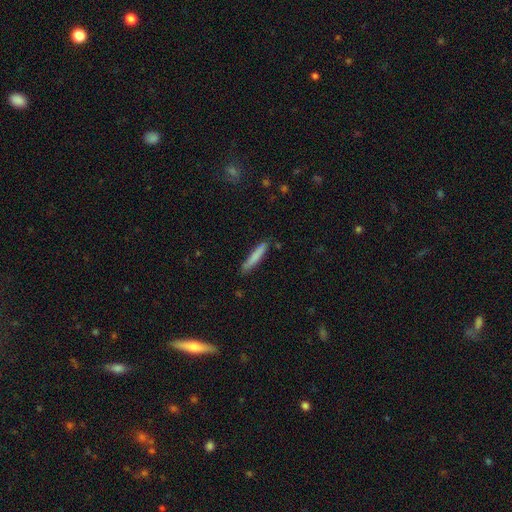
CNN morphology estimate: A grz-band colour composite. It shows a smooth galaxy with no disk features (79%) that is cigar-shaped (93%). Merging: none (83%).